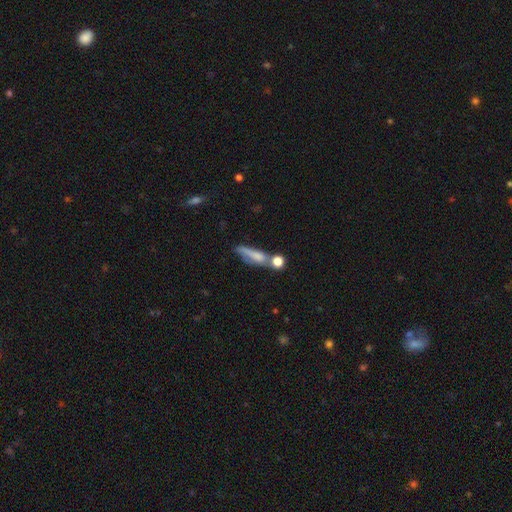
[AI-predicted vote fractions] This is likely a smooth galaxy (64%). How rounded: likely cigar-shaped (65%). Merging: marginally none (42%).